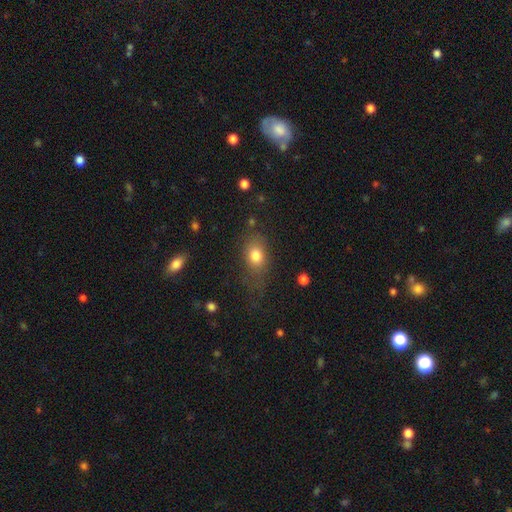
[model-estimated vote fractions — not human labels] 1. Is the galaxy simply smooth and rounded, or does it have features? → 79% smooth, 11% star or artifact, 10% featured or disk.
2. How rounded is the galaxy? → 67% in between, 30% round, 3% cigar-shaped.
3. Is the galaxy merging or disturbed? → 59% none, 22% minor disturbance, 16% major disturbance, 3% merger.